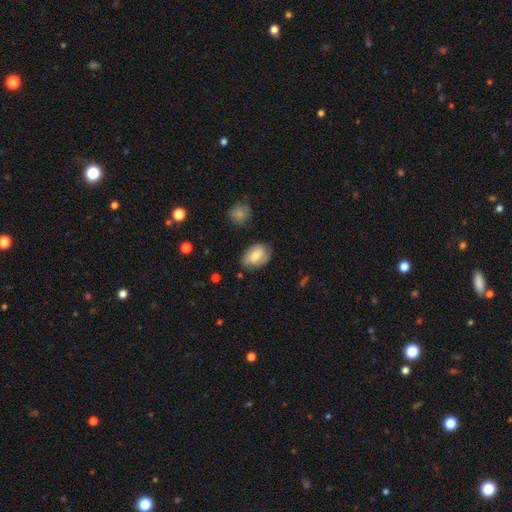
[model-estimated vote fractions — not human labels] Smooth or featured? Predicted: smooth (p=0.69). How rounded? Predicted: in between (p=0.85). Merging? Predicted: none (p=0.69).